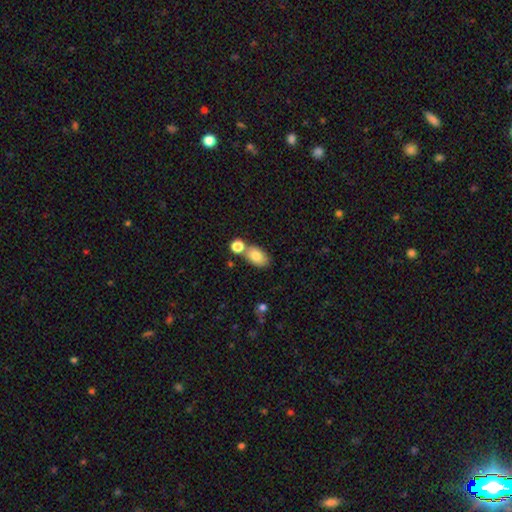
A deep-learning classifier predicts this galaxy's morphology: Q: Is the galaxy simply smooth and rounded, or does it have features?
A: smooth — 80%.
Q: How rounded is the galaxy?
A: in between — 88%.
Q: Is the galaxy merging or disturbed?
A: none — 56%.